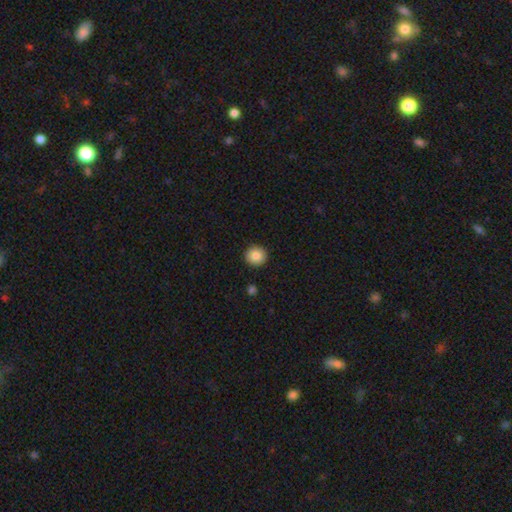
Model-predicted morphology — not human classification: smooth 85%, star or artifact 8%, featured or disk 7%. Down the decision tree: how rounded — round (94%); merging — none (92%).